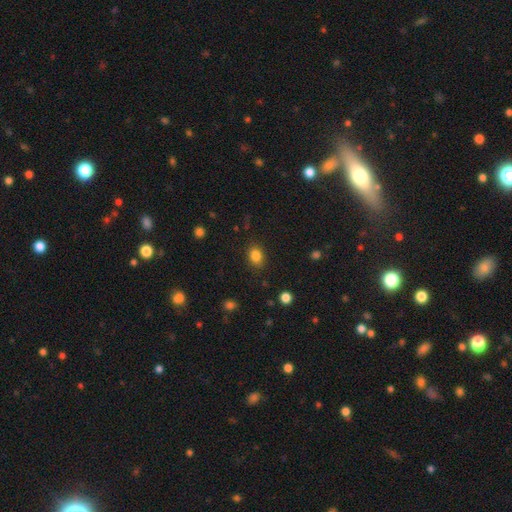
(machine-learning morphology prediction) Q: Smooth or featured?
A: smooth (84%); runner-up: star or artifact (11%)
Q: How rounded?
A: in between (63%); runner-up: round (36%)
Q: Merging?
A: none (85%); runner-up: minor disturbance (11%)